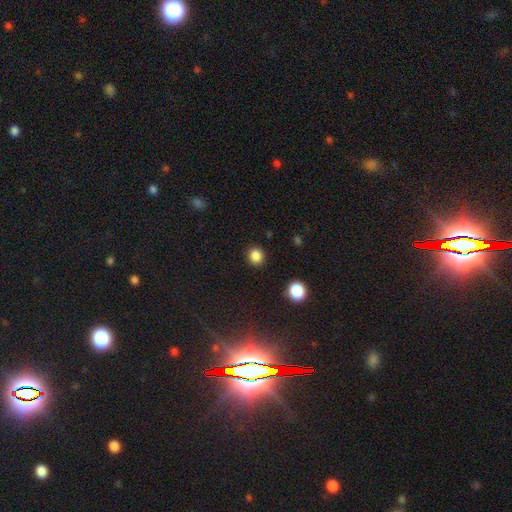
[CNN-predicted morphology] Q: Smooth or featured?
A: smooth (85%); runner-up: star or artifact (12%)
Q: How rounded?
A: round (88%); runner-up: in between (11%)
Q: Merging?
A: none (90%); runner-up: minor disturbance (6%)